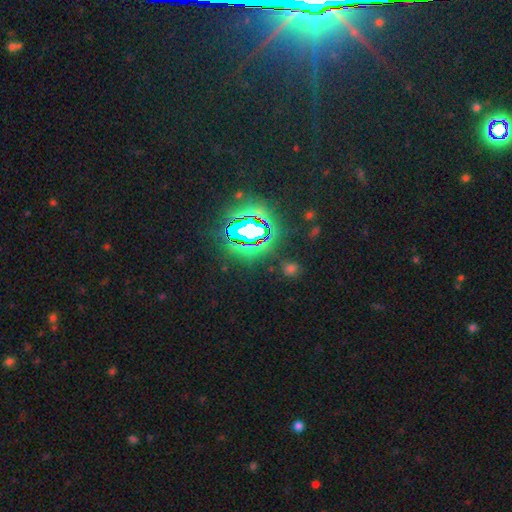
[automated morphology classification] star or artifact 79%, smooth 12%, featured or disk 9%.